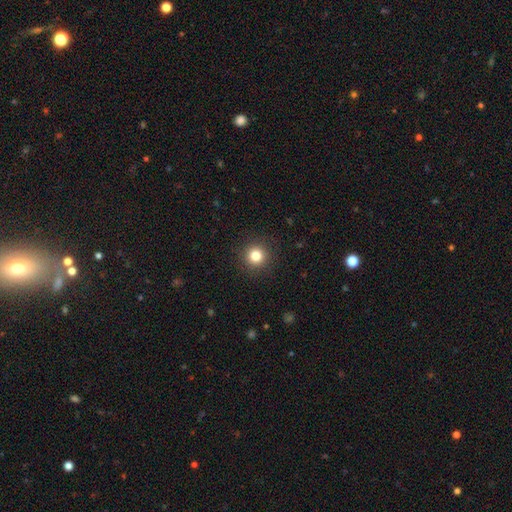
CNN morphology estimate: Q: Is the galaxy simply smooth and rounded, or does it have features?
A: smooth — 83%.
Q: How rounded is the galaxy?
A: round — 95%.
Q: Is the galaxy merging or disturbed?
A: none — 91%.